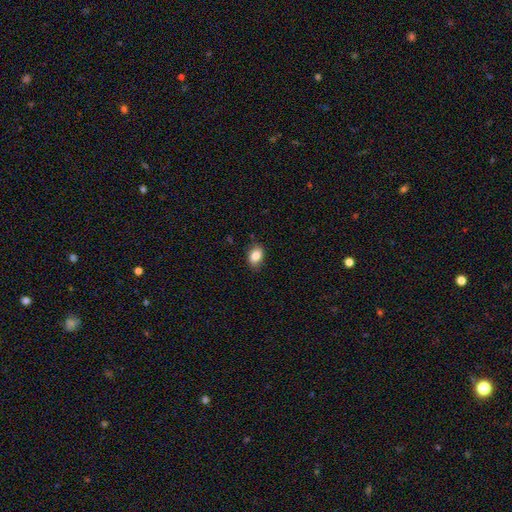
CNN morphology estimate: This appears to be a smooth galaxy with no disk features (85%) that is in between round and cigar-shaped (78%). Merging: none (83%).